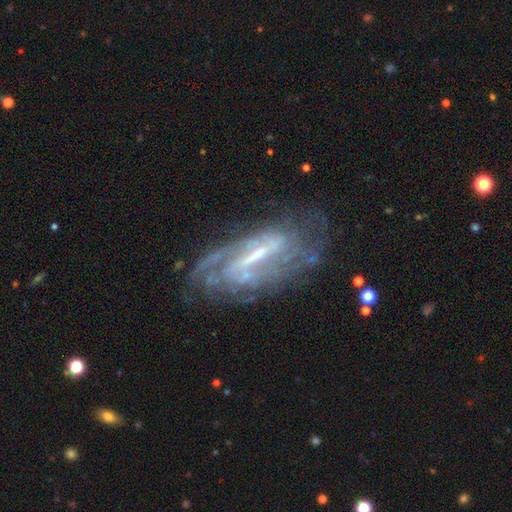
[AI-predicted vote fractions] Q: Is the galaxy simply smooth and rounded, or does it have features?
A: featured or disk — 86%.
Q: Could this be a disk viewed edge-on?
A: no — 88%.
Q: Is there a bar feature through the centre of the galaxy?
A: strong — 61%.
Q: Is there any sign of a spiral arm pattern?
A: yes — 91%.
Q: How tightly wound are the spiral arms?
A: tight — 48%.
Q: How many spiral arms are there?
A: can't tell — 37%.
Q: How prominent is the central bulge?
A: small — 58%.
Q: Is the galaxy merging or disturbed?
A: none — 69%.